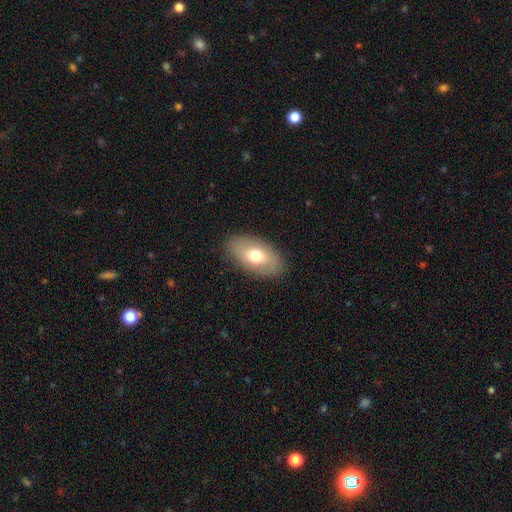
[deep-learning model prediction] This appears to be a smooth galaxy with no disk features (68%) that is in between round and cigar-shaped (93%). Merging: none (86%).